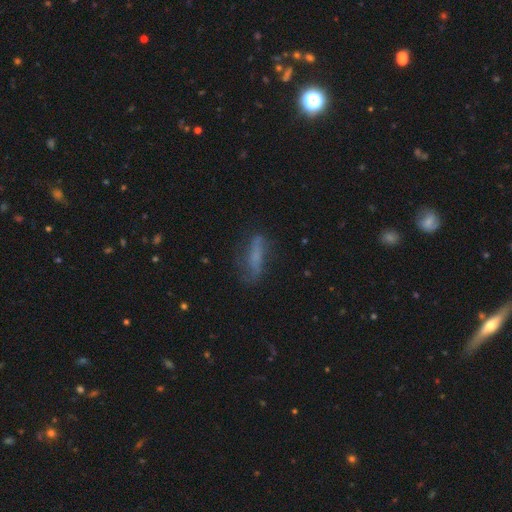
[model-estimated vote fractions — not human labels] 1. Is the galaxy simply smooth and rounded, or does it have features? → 53% smooth, 34% featured or disk, 13% star or artifact.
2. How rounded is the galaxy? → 69% cigar-shaped, 28% in between, 2% round.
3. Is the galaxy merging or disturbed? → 63% none, 23% minor disturbance, 11% major disturbance, 2% merger.